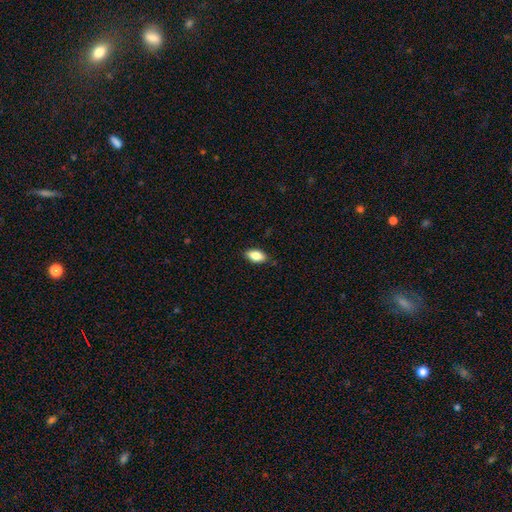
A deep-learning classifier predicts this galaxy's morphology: Smooth or featured?
  - smooth: 81% *
  - featured or disk: 11%
  - star or artifact: 7%
How rounded?
  - in between: 89% *
  - cigar-shaped: 7%
  - round: 4%
Merging?
  - none: 85% *
  - minor disturbance: 12%
  - major disturbance: 2%
  - merger: 1%